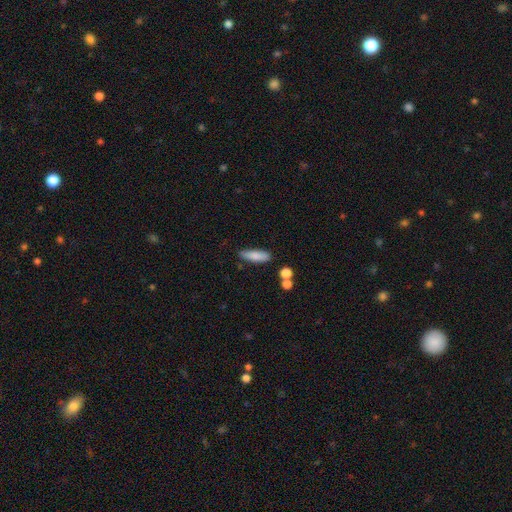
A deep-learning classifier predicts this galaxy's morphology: The model was most divided on "how rounded": cigar-shaped: 55%, in between: 42%, round: 2%. More confident: smooth or featured — smooth (83%); merging — none (80%).